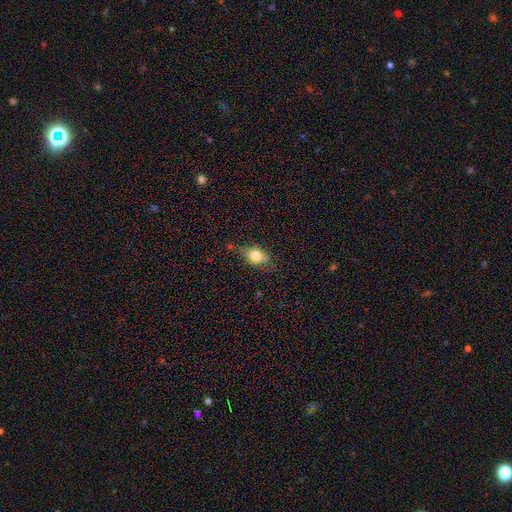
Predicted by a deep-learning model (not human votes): Smooth or featured: smooth — 77% (featured or disk — 14%)
How rounded: in between — 74% (round — 22%)
Merging: none — 65% (minor disturbance — 26%)